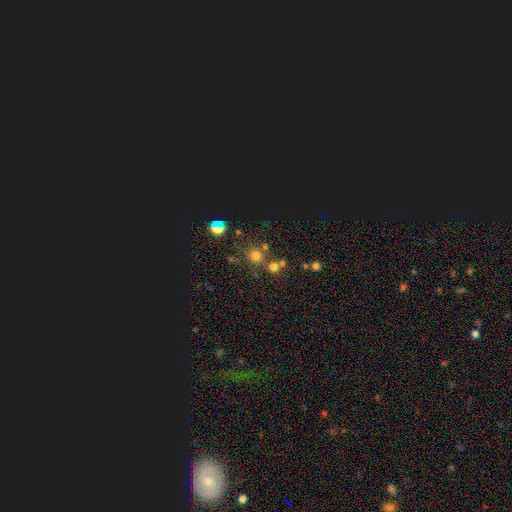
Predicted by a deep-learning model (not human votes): smooth-or-featured: smooth: 66% | star or artifact: 26% | featured or disk: 8%
  how-rounded: round: 89% | in between: 10% | cigar-shaped: 1%
  merging: none: 69% | merger: 18% | minor disturbance: 9% | major disturbance: 4%